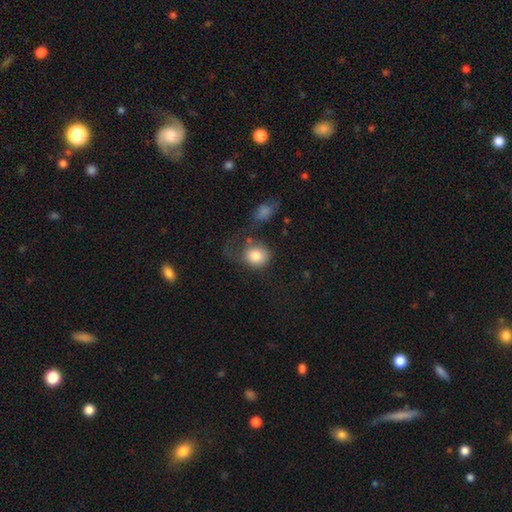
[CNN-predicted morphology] This is clearly a smooth galaxy (81%). How rounded: likely round (69%). Merging: marginally none (33%).